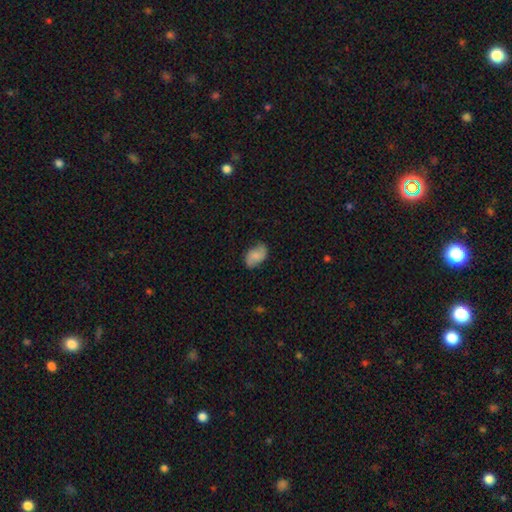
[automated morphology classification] Smooth or featured: smooth — 64% (featured or disk — 28%)
How rounded: in between — 89% (round — 10%)
Merging: none — 72% (minor disturbance — 22%)